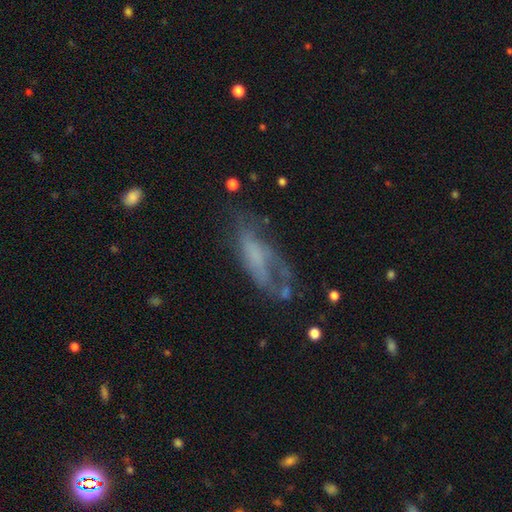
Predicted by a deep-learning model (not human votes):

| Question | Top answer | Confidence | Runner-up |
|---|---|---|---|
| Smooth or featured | featured or disk | 50% | smooth (39%) |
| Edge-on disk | no | 82% | yes (18%) |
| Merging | none | 38% | major disturbance (32%) |